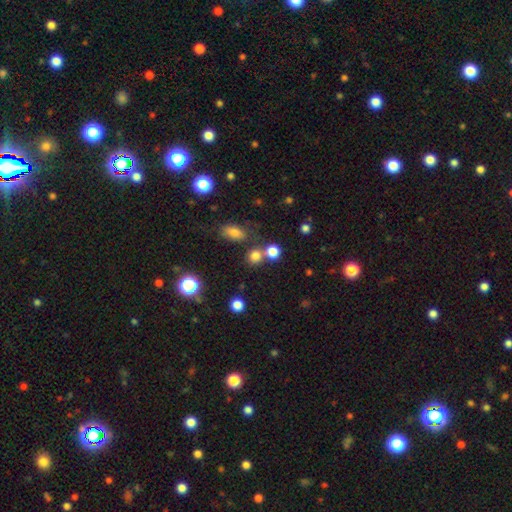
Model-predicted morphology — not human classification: Smooth or featured? smooth (76%)
How rounded? round (83%)
Merging? none (62%)